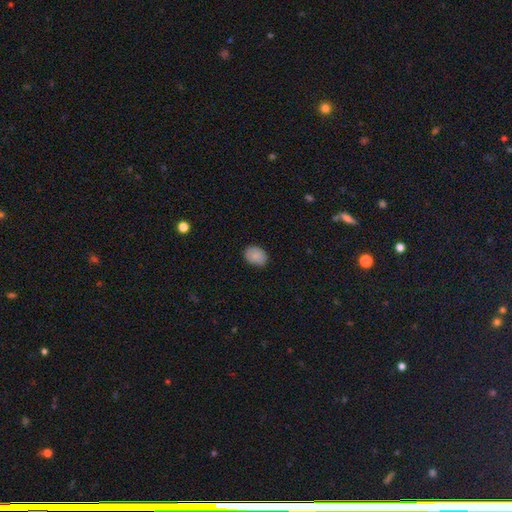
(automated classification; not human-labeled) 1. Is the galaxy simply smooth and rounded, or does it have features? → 84% smooth, 8% featured or disk, 8% star or artifact.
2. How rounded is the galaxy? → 66% in between, 33% round, 1% cigar-shaped.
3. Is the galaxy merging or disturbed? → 83% none, 14% minor disturbance, 2% major disturbance, 1% merger.